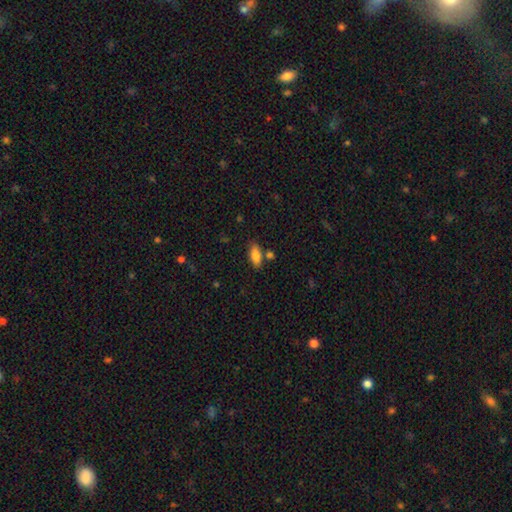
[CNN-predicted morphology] smooth-or-featured: smooth: 81% | featured or disk: 12% | star or artifact: 7%
  how-rounded: in between: 82% | cigar-shaped: 16% | round: 3%
  merging: none: 75% | minor disturbance: 13% | merger: 9% | major disturbance: 3%